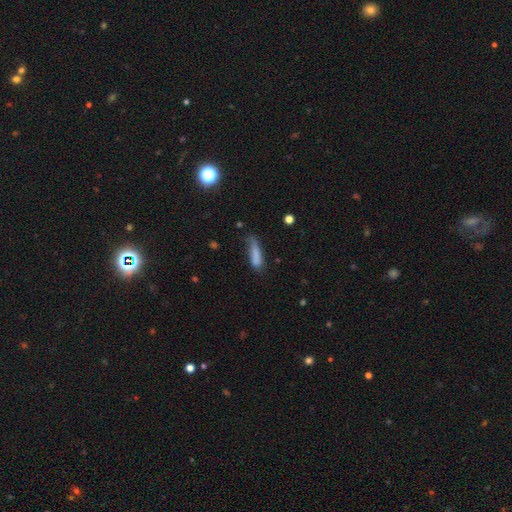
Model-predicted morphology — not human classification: smooth 78%, featured or disk 14%, star or artifact 8%. Down the decision tree: how rounded — cigar-shaped (69%); merging — none (44%).